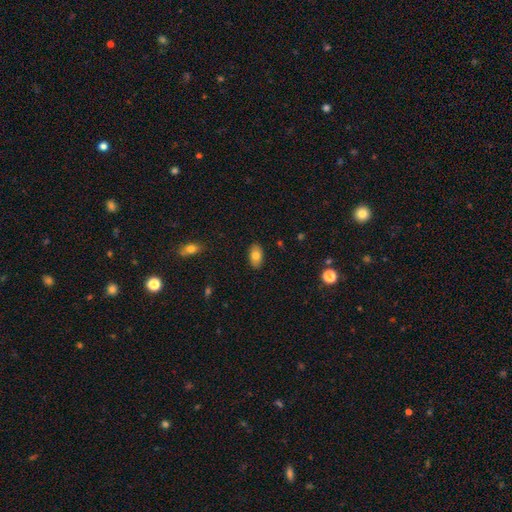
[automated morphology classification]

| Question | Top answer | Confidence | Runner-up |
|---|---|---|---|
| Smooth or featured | smooth | 79% | featured or disk (14%) |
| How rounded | in between | 92% | round (5%) |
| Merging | none | 87% | minor disturbance (9%) |